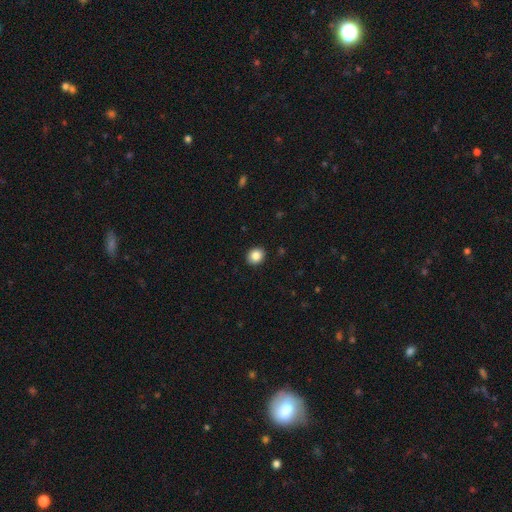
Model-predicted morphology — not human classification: This appears to be a smooth galaxy with no disk features (87%) that is round (71%). Merging: none (91%).